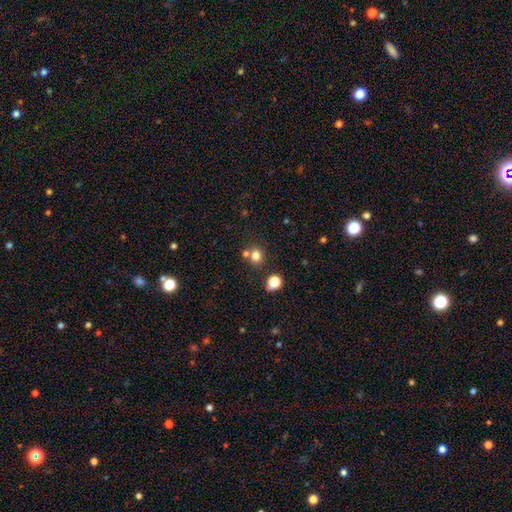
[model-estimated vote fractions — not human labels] A smooth galaxy with no disk features (77%) that is round (81%).

Vote fractions:
- Smooth or featured? smooth: 77% / star or artifact: 15% / featured or disk: 7%
- How rounded? round: 81% / in between: 18% / cigar-shaped: 1%
- Merging? none: 66% / merger: 22% / minor disturbance: 9% / major disturbance: 3%